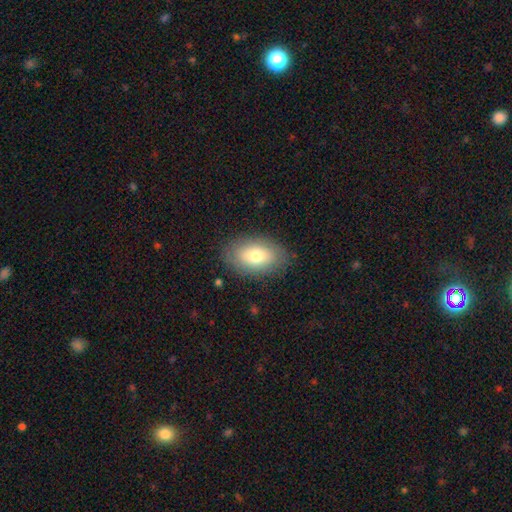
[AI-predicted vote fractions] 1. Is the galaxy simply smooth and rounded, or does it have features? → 72% smooth, 20% featured or disk, 8% star or artifact.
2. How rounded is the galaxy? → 90% in between, 8% round, 1% cigar-shaped.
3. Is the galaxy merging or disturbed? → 85% none, 11% minor disturbance, 3% major disturbance, 1% merger.